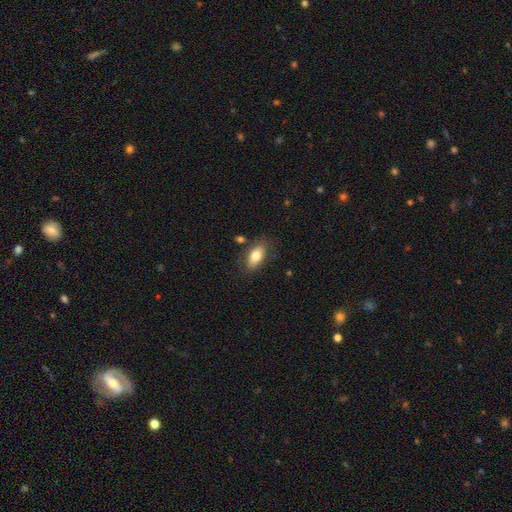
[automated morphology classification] smooth-or-featured: smooth: 77% | featured or disk: 16% | star or artifact: 7%
  how-rounded: in between: 89% | cigar-shaped: 7% | round: 4%
  merging: none: 77% | minor disturbance: 14% | merger: 5% | major disturbance: 4%